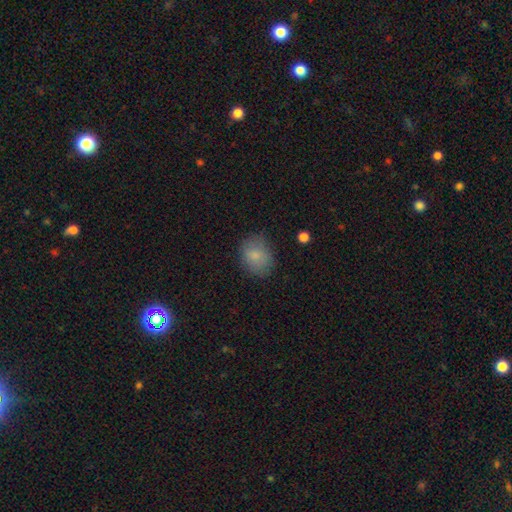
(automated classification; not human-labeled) A smooth galaxy with no disk features (82%) that is round (50%). Merging: none (73%).